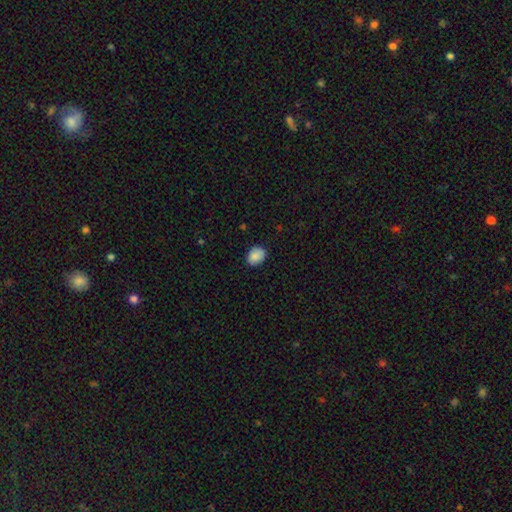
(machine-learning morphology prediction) smooth_or_featured: smooth (p=0.87) [alt: star or artifact p=0.08]
how_rounded: in between (p=0.55) [alt: round p=0.45]
merging: none (p=0.83) [alt: minor disturbance p=0.13]